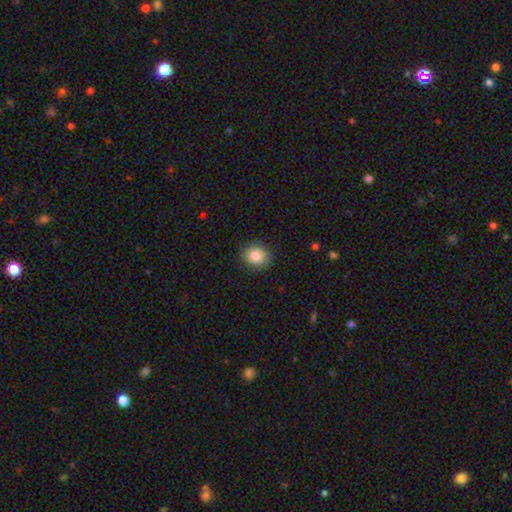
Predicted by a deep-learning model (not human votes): Overall: smooth (87%). How rounded: round (74%). Merging: none (88%).